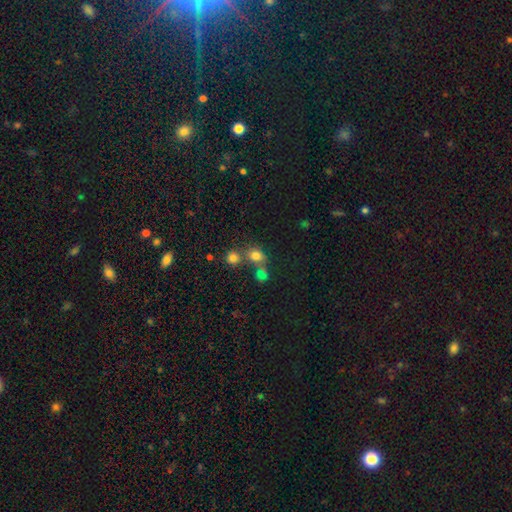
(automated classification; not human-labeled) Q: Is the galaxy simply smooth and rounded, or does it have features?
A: smooth — 71%.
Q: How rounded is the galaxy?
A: round — 72%.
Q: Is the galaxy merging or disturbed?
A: none — 52%.